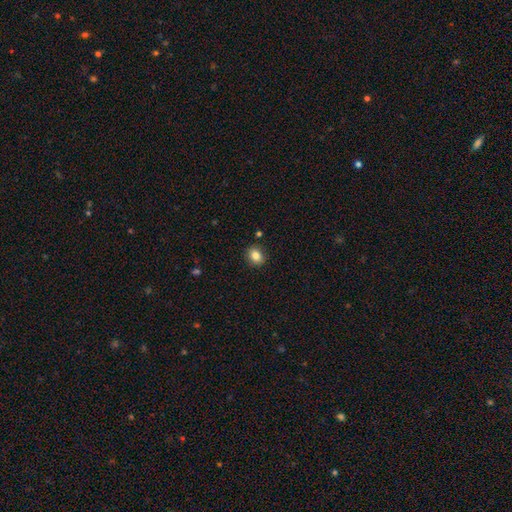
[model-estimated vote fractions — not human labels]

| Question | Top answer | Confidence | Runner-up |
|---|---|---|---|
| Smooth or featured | smooth | 82% | star or artifact (10%) |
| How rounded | round | 60% | in between (39%) |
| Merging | none | 88% | minor disturbance (8%) |